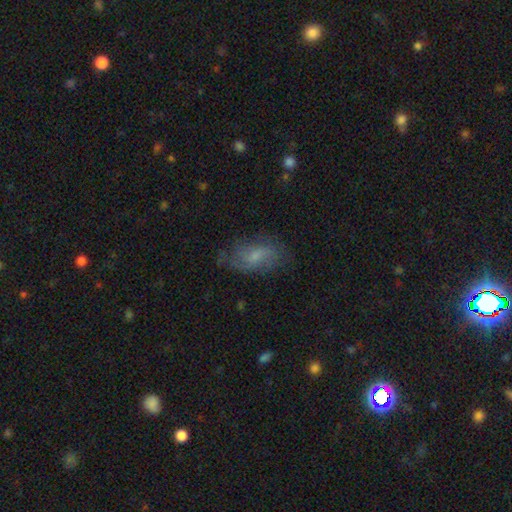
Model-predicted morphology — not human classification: Smooth or featured? Predicted: smooth (p=0.50). How rounded? Predicted: in between (p=0.87). Merging? Predicted: none (p=0.66).